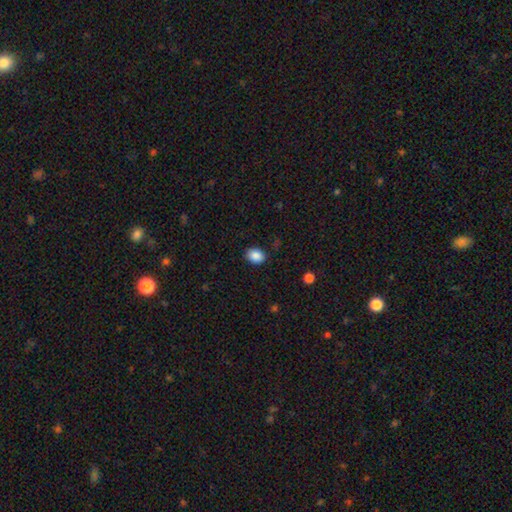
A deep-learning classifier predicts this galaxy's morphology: Overall: smooth (89%). How rounded: in between (64%; round 36%). Merging: none (87%).